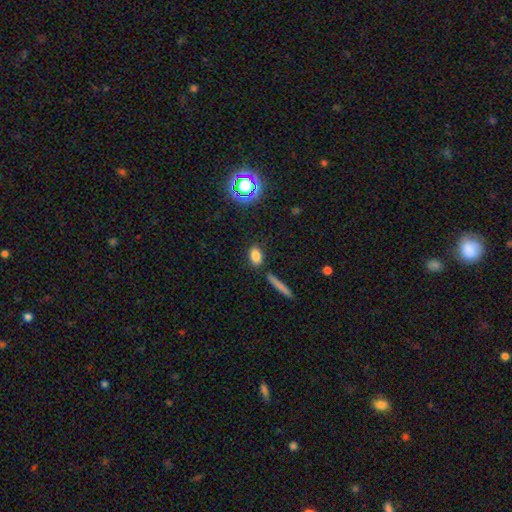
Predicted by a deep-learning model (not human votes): The model was most divided on "smooth or featured": smooth: 81%, star or artifact: 12%, featured or disk: 7%. More confident: how rounded — in between (82%); merging — none (81%).